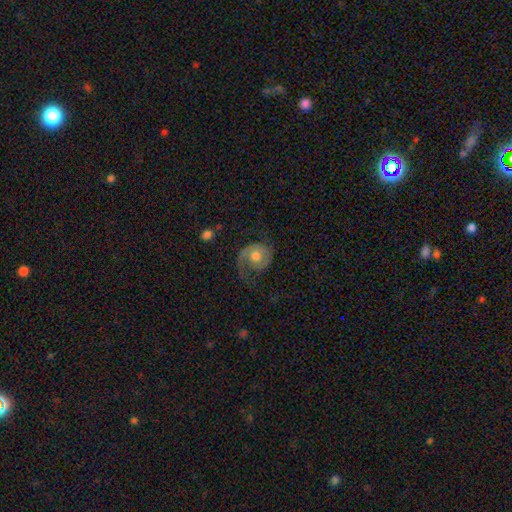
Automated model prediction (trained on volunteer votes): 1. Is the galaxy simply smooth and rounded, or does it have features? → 65% featured or disk, 29% smooth, 6% star or artifact.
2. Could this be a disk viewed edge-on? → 97% no, 3% yes.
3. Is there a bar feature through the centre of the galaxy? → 79% no, 18% weak, 3% strong.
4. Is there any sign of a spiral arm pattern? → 87% yes, 13% no.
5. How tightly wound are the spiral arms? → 36% medium, 33% tight, 31% loose.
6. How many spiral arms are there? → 65% 1, 26% 2, 6% can't tell, 1% 3, 1% 4, 1% more than 4.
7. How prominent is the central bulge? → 67% moderate, 20% large, 10% small, 2% dominant, 2% none.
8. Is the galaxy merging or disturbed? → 44% none, 33% major disturbance, 21% minor disturbance, 2% merger.